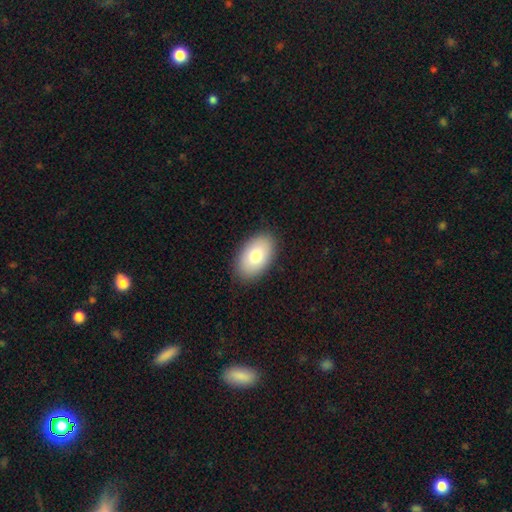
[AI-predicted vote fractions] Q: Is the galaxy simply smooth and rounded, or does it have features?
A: smooth — 80%.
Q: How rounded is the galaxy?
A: in between — 94%.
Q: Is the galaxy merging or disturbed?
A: none — 89%.